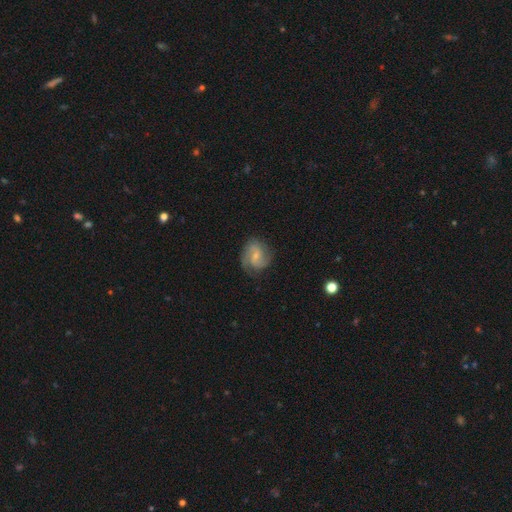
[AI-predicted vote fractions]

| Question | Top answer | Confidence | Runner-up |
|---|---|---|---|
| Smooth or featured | featured or disk | 78% | smooth (17%) |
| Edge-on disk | no | 98% | yes (2%) |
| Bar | weak | 53% | no (34%) |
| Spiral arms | yes | 96% | no (4%) |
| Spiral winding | medium | 50% | tight (30%) |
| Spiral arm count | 2 | 72% | 3 (10%) |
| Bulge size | small | 62% | moderate (27%) |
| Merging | none | 73% | minor disturbance (18%) |